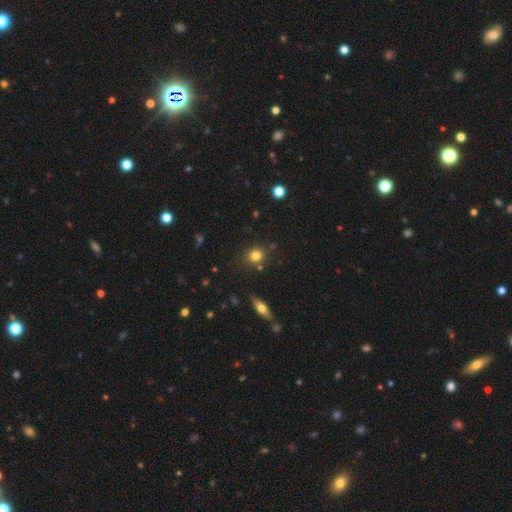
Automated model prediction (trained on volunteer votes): The model was most divided on "how rounded": round: 74%, in between: 25%, cigar-shaped: 2%. More confident: smooth or featured — smooth (79%); merging — none (79%).